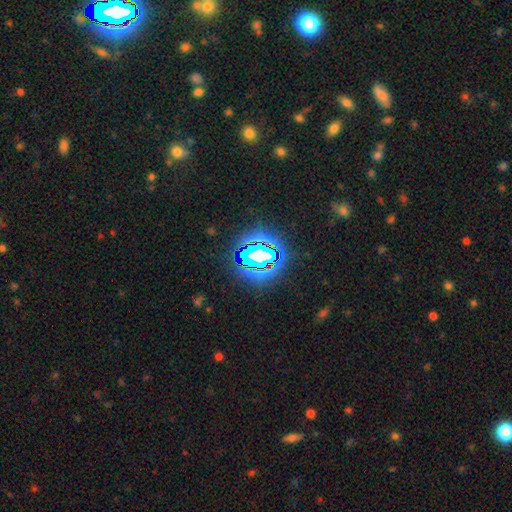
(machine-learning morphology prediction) Smooth or featured? star or artifact (71%)